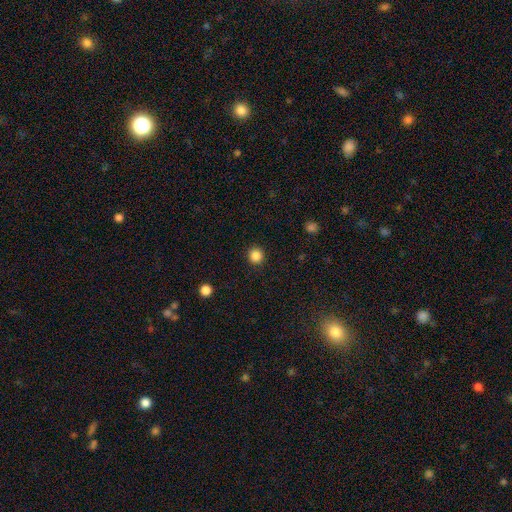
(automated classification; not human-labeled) smooth-or-featured: smooth: 86% | star or artifact: 11% | featured or disk: 3%
  how-rounded: round: 95% | in between: 4% | cigar-shaped: 1%
  merging: none: 92% | minor disturbance: 5% | major disturbance: 2% | merger: 1%